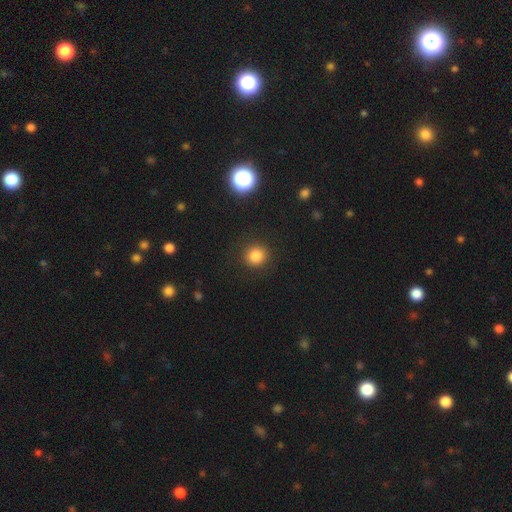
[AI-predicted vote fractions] Smooth or featured? Predicted: smooth (p=0.82). How rounded? Predicted: round (p=0.89). Merging? Predicted: none (p=0.90).